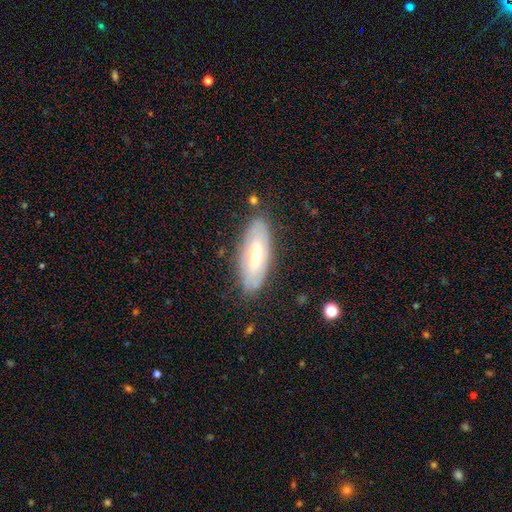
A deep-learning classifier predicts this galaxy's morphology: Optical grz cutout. It shows a featured or disk galaxy (56%). Merging: none (83%).